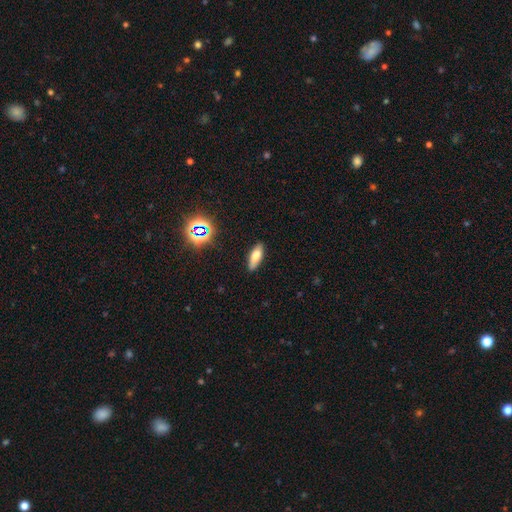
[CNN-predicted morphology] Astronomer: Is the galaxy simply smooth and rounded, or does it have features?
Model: smooth — 67%.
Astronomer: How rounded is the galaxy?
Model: in between — 61% (runner-up: cigar-shaped, 36%).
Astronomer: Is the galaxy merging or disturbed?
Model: none — 86%.